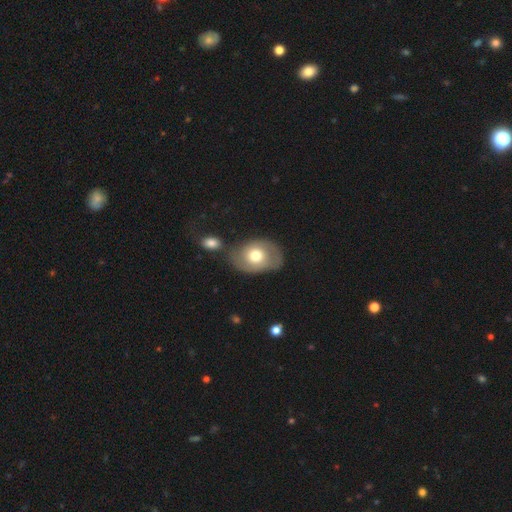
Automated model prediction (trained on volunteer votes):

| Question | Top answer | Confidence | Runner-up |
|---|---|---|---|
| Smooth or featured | smooth | 59% | featured or disk (33%) |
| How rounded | in between | 71% | round (28%) |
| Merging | none | 53% | minor disturbance (22%) |